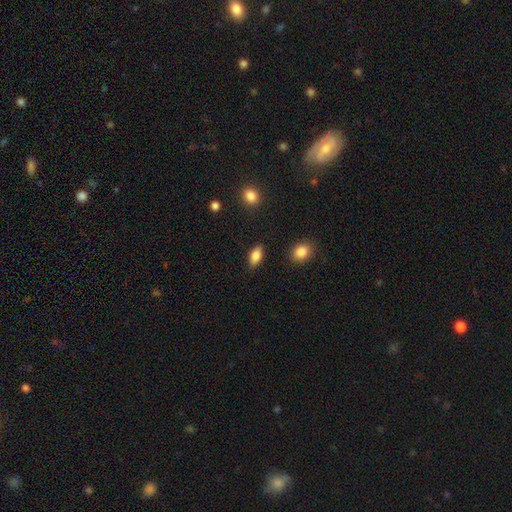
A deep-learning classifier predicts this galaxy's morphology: A smooth galaxy with no disk features (83%) that is in between round and cigar-shaped (88%). Merging: none (86%).